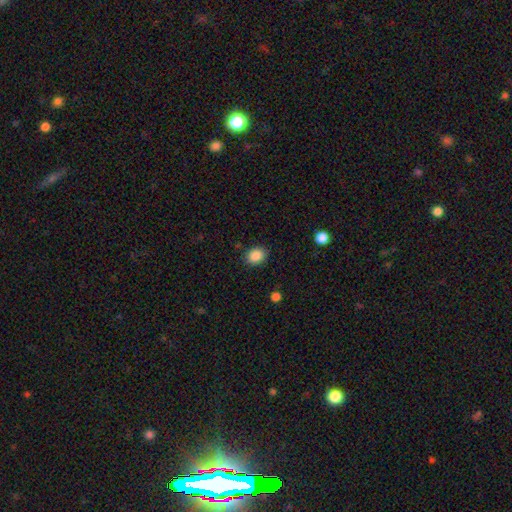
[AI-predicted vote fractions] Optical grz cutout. It shows a smooth galaxy with no disk features (88%) that is round (53%). Merging: none (86%).